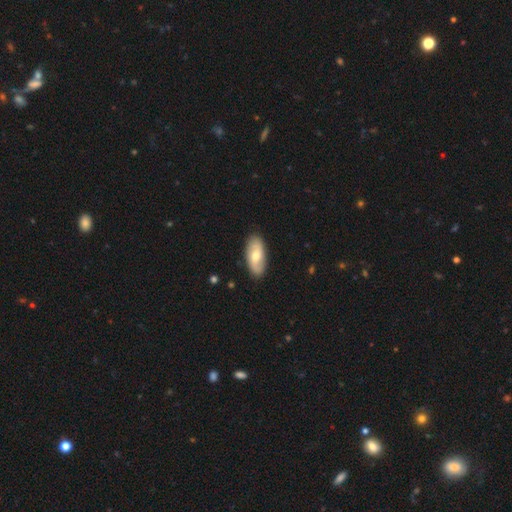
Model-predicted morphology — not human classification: Q: Smooth or featured?
A: smooth (55%); runner-up: featured or disk (40%)
Q: How rounded?
A: in between (90%); runner-up: cigar-shaped (7%)
Q: Merging?
A: none (87%); runner-up: minor disturbance (10%)